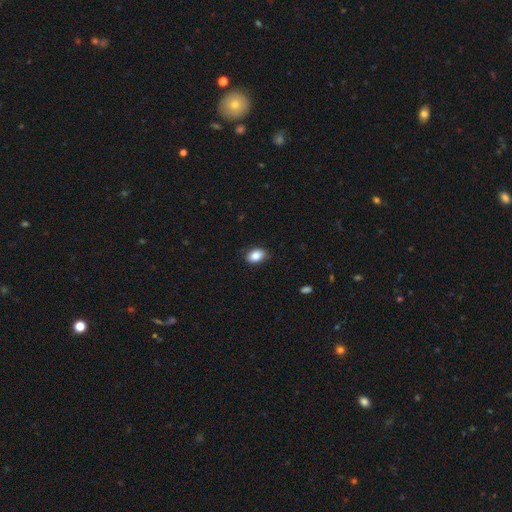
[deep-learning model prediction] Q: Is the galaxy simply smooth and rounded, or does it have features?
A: smooth — 88%.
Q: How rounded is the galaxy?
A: in between — 86%.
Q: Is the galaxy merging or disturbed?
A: none — 83%.